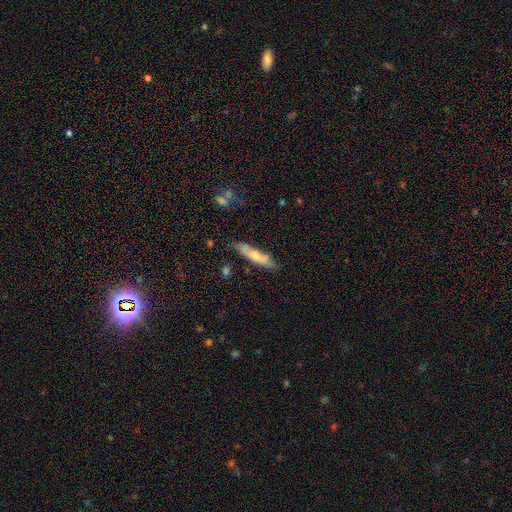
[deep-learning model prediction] Smooth or featured? Predicted: smooth (p=0.60). How rounded? Predicted: cigar-shaped (p=0.78). Merging? Predicted: none (p=0.76).